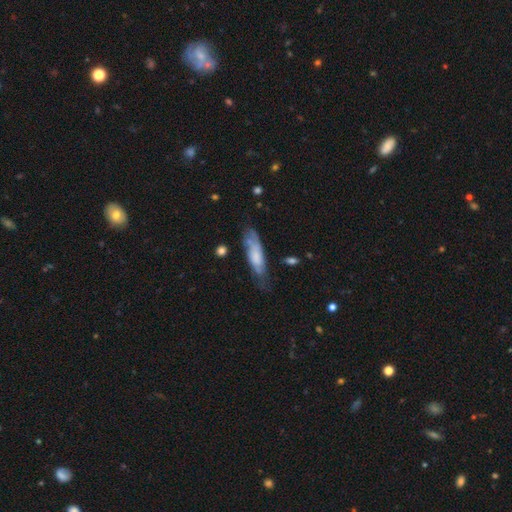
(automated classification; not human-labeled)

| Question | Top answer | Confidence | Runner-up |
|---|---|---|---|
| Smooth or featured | smooth | 59% | featured or disk (34%) |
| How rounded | cigar-shaped | 55% | in between (43%) |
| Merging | none | 49% | minor disturbance (31%) |